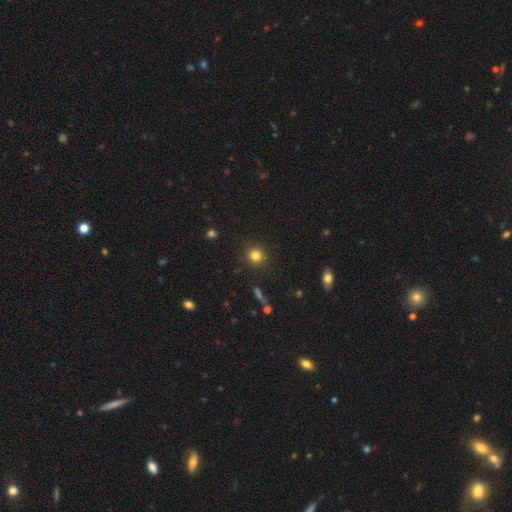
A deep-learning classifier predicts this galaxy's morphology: This is clearly a smooth galaxy (82%). How rounded: clearly round (94%). Merging: clearly none (91%).